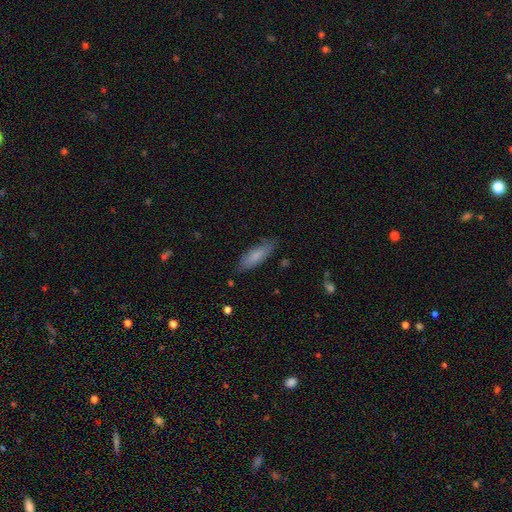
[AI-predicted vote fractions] Smooth or featured? smooth (78%)
How rounded? in between (52%)
Merging? none (80%)